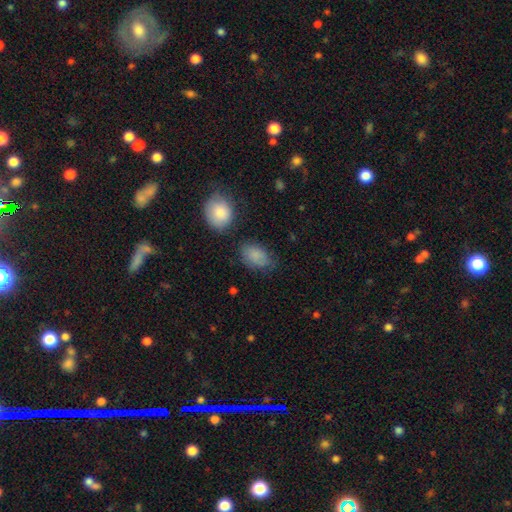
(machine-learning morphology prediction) This is clearly a smooth galaxy (85%). How rounded: clearly in between (87%). Merging: likely none (65%).